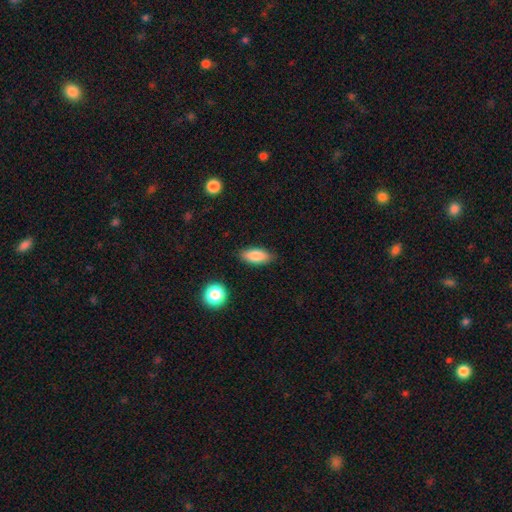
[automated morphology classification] type=smooth (84%); roundness=in between (85%); merging=none (84%).